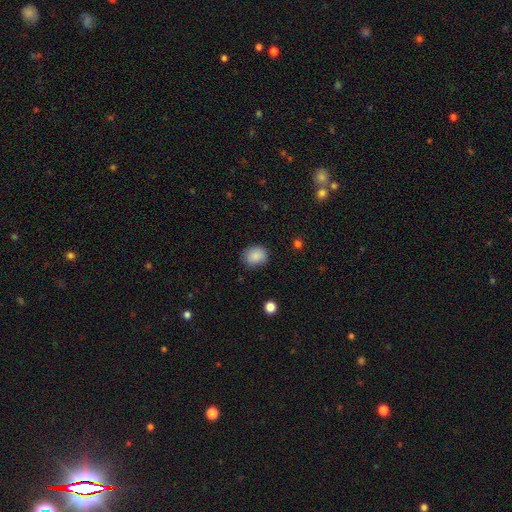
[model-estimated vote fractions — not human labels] smooth-or-featured: smooth: 87% | star or artifact: 8% | featured or disk: 5%
  how-rounded: round: 57% | in between: 42% | cigar-shaped: 1%
  merging: none: 80% | minor disturbance: 16% | major disturbance: 3% | merger: 1%